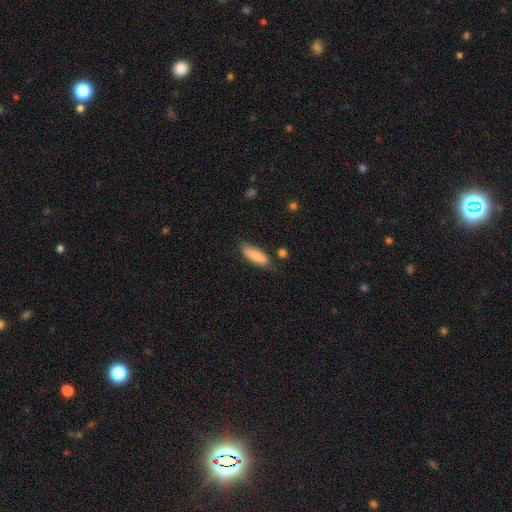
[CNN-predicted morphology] Smooth or featured: smooth — 84% (featured or disk — 10%)
How rounded: in between — 59% (cigar-shaped — 39%)
Merging: none — 69% (minor disturbance — 23%)